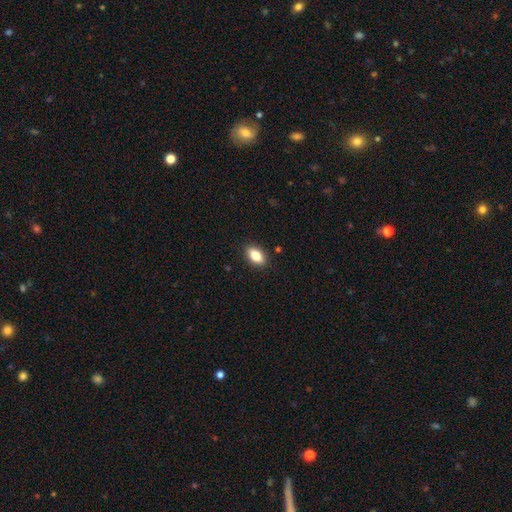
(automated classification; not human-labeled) This is clearly a smooth galaxy (82%). How rounded: clearly in between (88%). Merging: clearly none (88%).